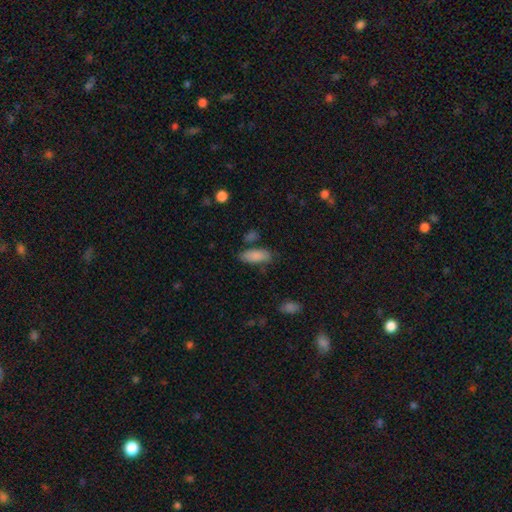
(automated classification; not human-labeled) Q: Smooth or featured?
A: smooth (86%); runner-up: featured or disk (7%)
Q: How rounded?
A: in between (78%); runner-up: cigar-shaped (20%)
Q: Merging?
A: none (71%); runner-up: minor disturbance (17%)